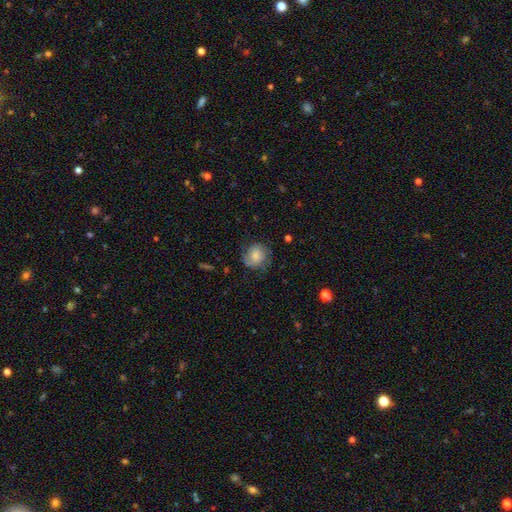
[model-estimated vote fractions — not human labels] smooth_or_featured: smooth (p=0.63) [alt: featured or disk p=0.29]
how_rounded: round (p=0.80) [alt: in between p=0.19]
merging: none (p=0.66) [alt: minor disturbance p=0.23]